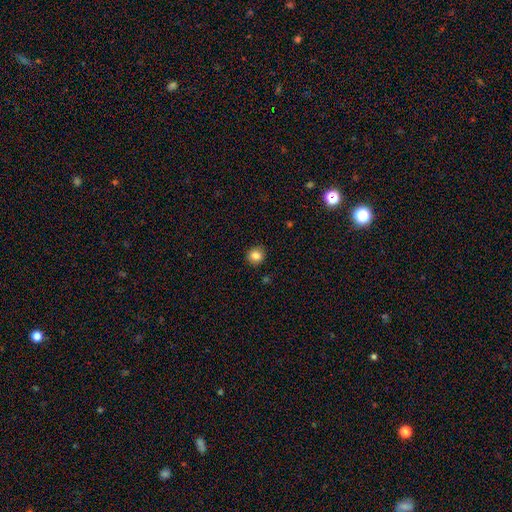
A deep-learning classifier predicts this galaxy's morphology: A smooth galaxy with no disk features (85%) that is round (92%).

Vote fractions:
- Smooth or featured? smooth: 85% / star or artifact: 10% / featured or disk: 5%
- How rounded? round: 92% / in between: 7% / cigar-shaped: 1%
- Merging? none: 92% / minor disturbance: 6% / major disturbance: 2% / merger: 1%